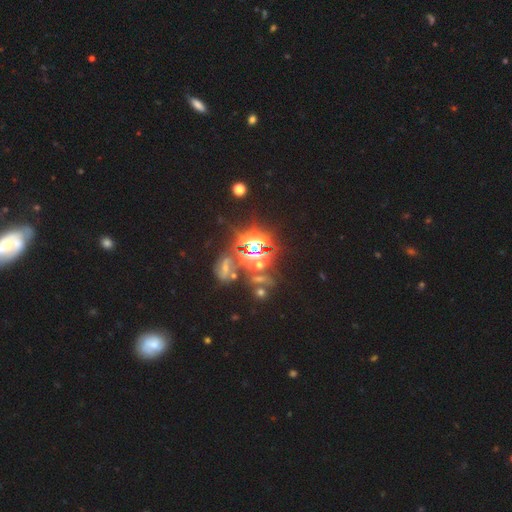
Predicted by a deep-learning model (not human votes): Smooth or featured?
  - star or artifact: 72% *
  - smooth: 16%
  - featured or disk: 12%